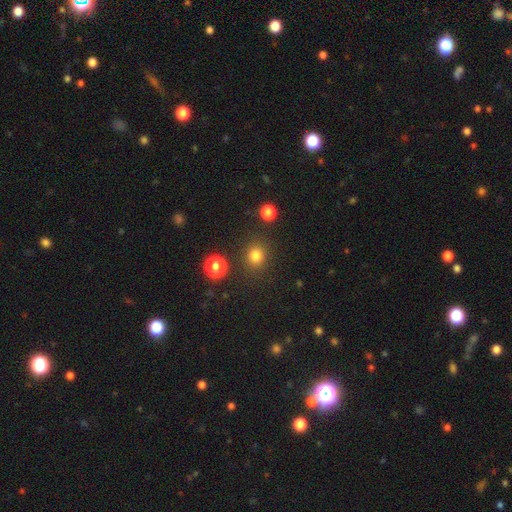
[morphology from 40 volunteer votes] smooth-or-featured: smooth: 88% | star or artifact: 10% | featured or disk: 2%
  how-rounded: round: 83% | in between: 17% | cigar-shaped: 0%
  merging: none: 81% | minor disturbance: 8% | merger: 8% | major disturbance: 3%